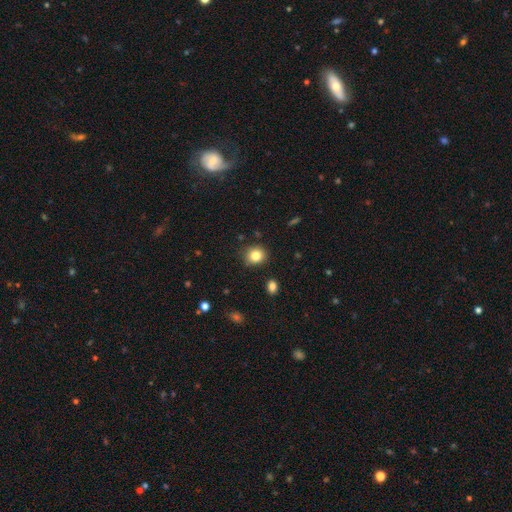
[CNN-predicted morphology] Smooth or featured: smooth — 83% (star or artifact — 11%)
How rounded: round — 79% (in between — 20%)
Merging: none — 85% (minor disturbance — 10%)